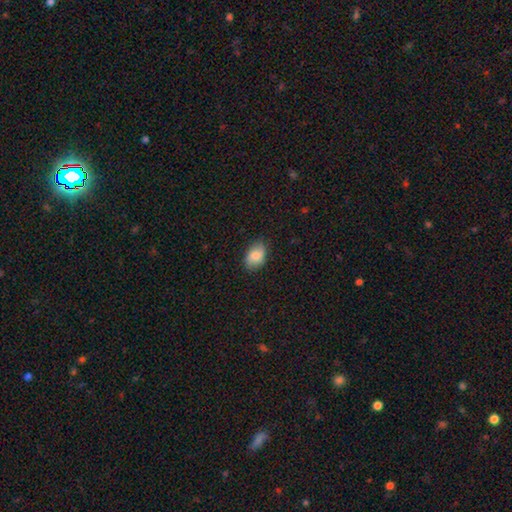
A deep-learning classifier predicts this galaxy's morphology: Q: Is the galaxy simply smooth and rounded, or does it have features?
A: smooth — 80%.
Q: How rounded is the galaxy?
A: in between — 85%.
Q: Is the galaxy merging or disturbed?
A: none — 80%.